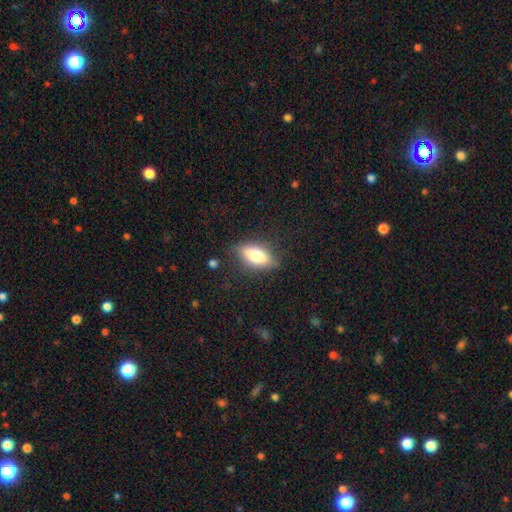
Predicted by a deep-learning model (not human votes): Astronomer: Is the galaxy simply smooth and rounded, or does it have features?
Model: smooth — 66%.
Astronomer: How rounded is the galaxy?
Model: in between — 76%.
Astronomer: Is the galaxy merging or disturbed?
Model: none — 77%.